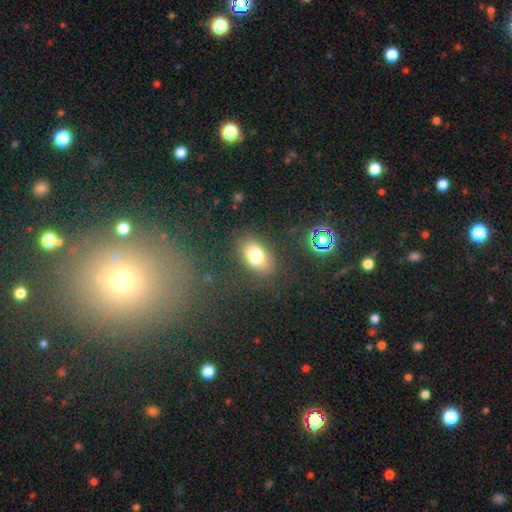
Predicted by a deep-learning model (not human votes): This appears to be a smooth galaxy with no disk features (76%) that is in between round and cigar-shaped (87%). Merging: none (83%).